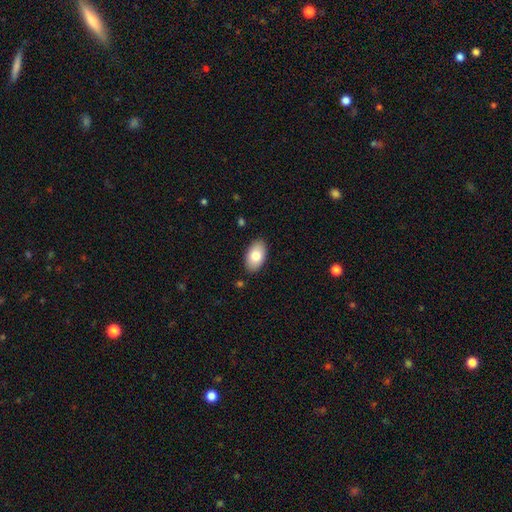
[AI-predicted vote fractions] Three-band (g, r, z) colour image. It shows a smooth galaxy with no disk features (80%) that is in between round and cigar-shaped (94%). Merging: none (87%).